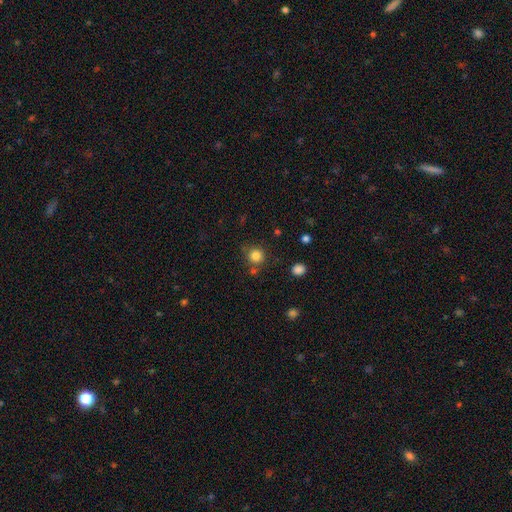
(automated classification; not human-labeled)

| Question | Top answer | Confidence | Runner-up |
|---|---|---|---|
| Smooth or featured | smooth | 83% | star or artifact (12%) |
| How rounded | round | 91% | in between (8%) |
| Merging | none | 75% | minor disturbance (11%) |